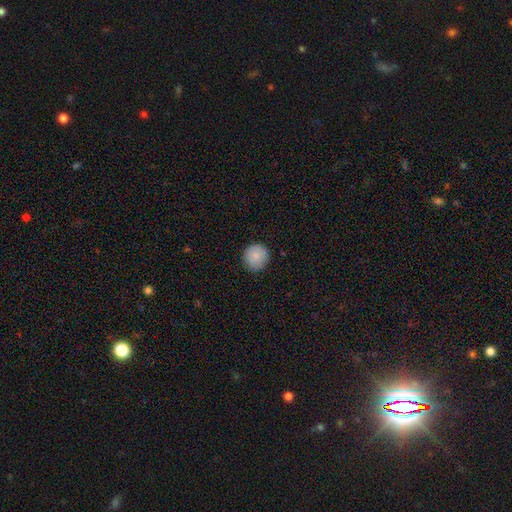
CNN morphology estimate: Smooth or featured?
  - smooth: 85% *
  - star or artifact: 8%
  - featured or disk: 7%
How rounded?
  - round: 92% *
  - in between: 7%
  - cigar-shaped: 1%
Merging?
  - none: 87% *
  - minor disturbance: 10%
  - major disturbance: 2%
  - merger: 1%